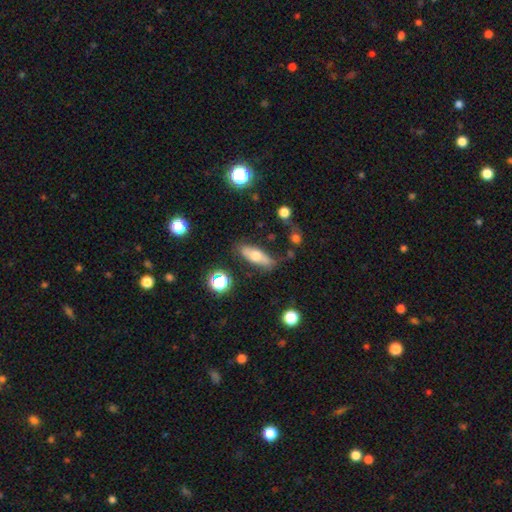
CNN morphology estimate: Q: Smooth or featured?
A: smooth (56%); runner-up: featured or disk (35%)
Q: How rounded?
A: in between (64%); runner-up: cigar-shaped (31%)
Q: Merging?
A: none (72%); runner-up: minor disturbance (18%)